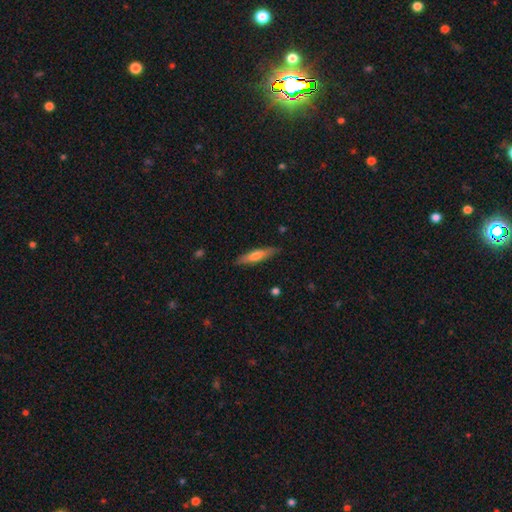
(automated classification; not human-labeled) smooth-or-featured: smooth: 62% | featured or disk: 32% | star or artifact: 6%
  how-rounded: cigar-shaped: 81% | in between: 18% | round: 2%
  merging: none: 86% | minor disturbance: 10% | major disturbance: 2% | merger: 1%